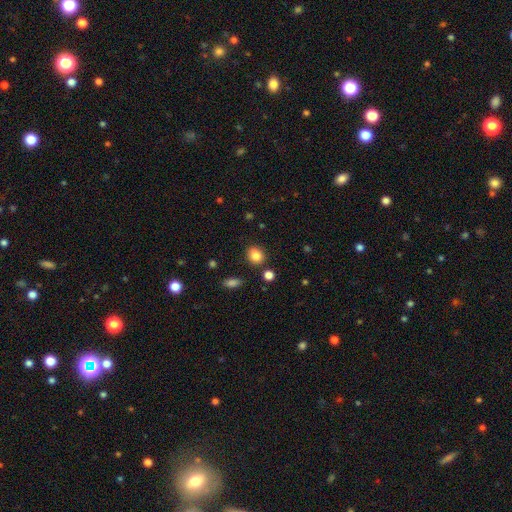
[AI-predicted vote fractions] smooth_or_featured: smooth (p=0.85) [alt: star or artifact p=0.10]
how_rounded: round (p=0.62) [alt: in between p=0.37]
merging: none (p=0.83) [alt: minor disturbance p=0.10]